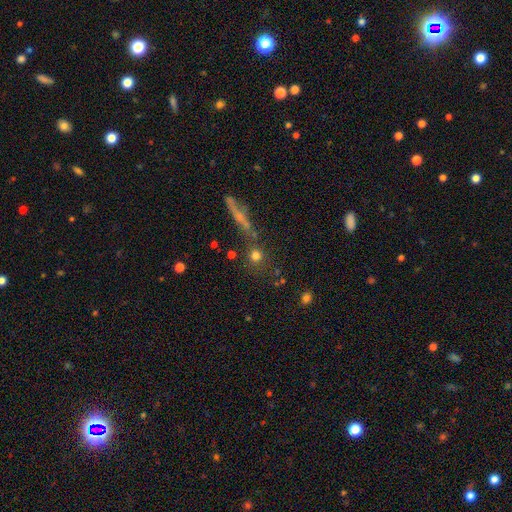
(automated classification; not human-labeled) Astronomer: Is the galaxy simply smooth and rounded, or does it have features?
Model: smooth — 73%.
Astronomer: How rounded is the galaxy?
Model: round — 87%.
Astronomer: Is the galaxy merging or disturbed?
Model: none — 73%.